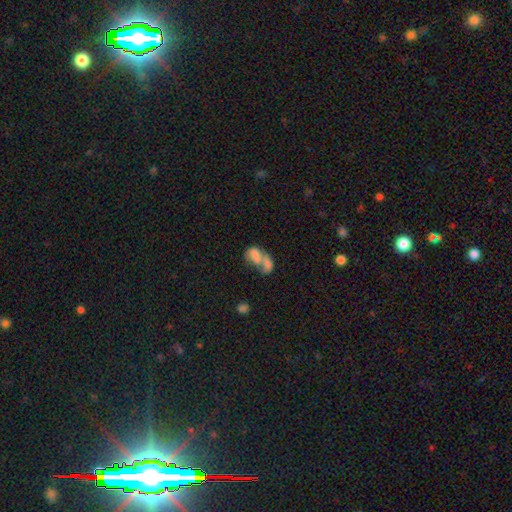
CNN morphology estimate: This appears to be a smooth galaxy with no disk features (70%) that is in between round and cigar-shaped (86%). Merging: merger (74%).